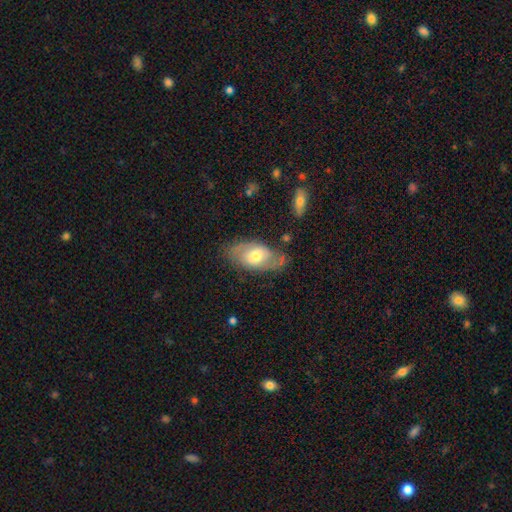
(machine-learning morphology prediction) The model was most divided on "smooth or featured": featured or disk: 50%, smooth: 43%, star or artifact: 7%. More confident: edge-on disk — no (88%); merging — none (67%).